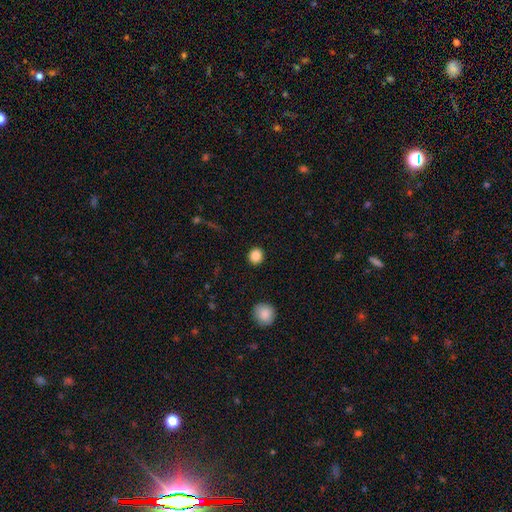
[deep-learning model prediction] Smooth or featured?
  - smooth: 86% *
  - star or artifact: 10%
  - featured or disk: 4%
How rounded?
  - round: 90% *
  - in between: 9%
  - cigar-shaped: 1%
Merging?
  - none: 92% *
  - minor disturbance: 5%
  - major disturbance: 2%
  - merger: 1%